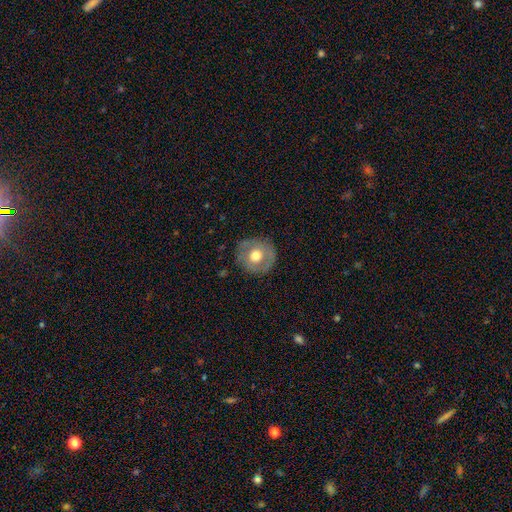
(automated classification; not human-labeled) smooth-or-featured: smooth: 54% | featured or disk: 39% | star or artifact: 7%
  how-rounded: round: 91% | in between: 8% | cigar-shaped: 1%
  merging: none: 82% | minor disturbance: 12% | major disturbance: 4% | merger: 1%